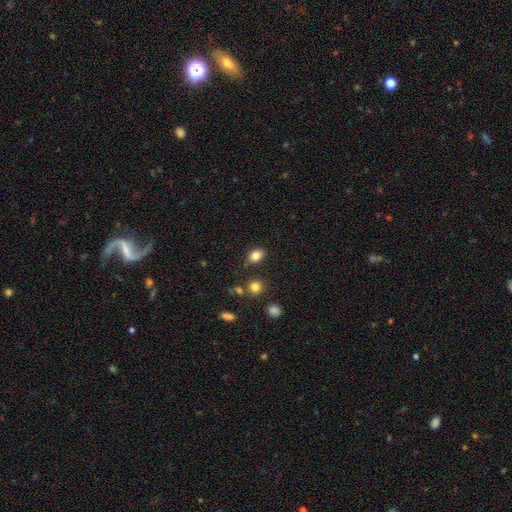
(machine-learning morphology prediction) A smooth galaxy with no disk features (83%) that is in between round and cigar-shaped (68%).

Vote fractions:
- Smooth or featured? smooth: 83% / star or artifact: 11% / featured or disk: 6%
- How rounded? in between: 68% / round: 31% / cigar-shaped: 1%
- Merging? none: 81% / minor disturbance: 12% / merger: 4% / major disturbance: 3%